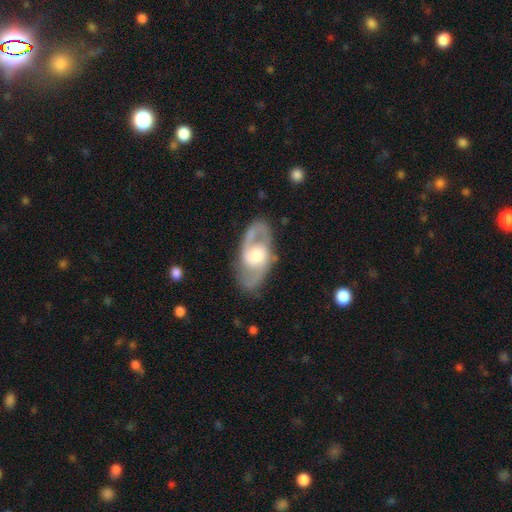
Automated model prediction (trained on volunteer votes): This is clearly a featured or disk galaxy (84%). It is clearly not viewed edge-on (94%). Bar: possibly no (55%). Spiral arm pattern: clearly yes (91%). Spiral arm count: clearly 2 (89%). Spiral winding: possibly medium (55%). Central bulge: likely moderate (61%). Merging: clearly none (82%).